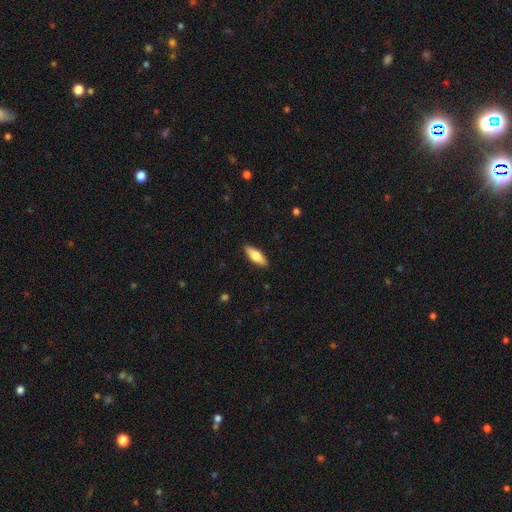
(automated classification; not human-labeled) Smooth or featured?
  - smooth: 67% *
  - featured or disk: 28%
  - star or artifact: 5%
How rounded?
  - in between: 59% *
  - cigar-shaped: 39%
  - round: 2%
Merging?
  - none: 90% *
  - minor disturbance: 8%
  - major disturbance: 2%
  - merger: 1%